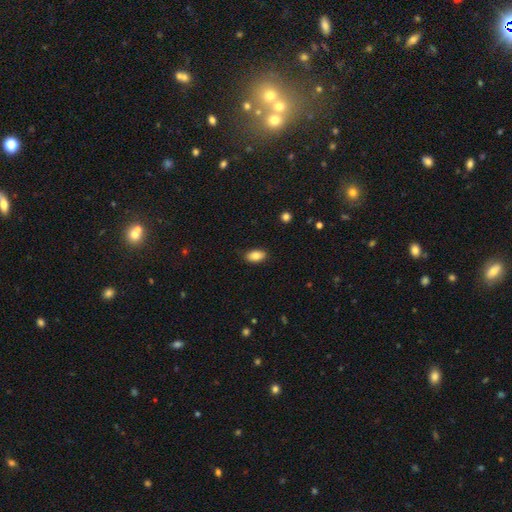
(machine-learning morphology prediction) smooth 86%, star or artifact 8%, featured or disk 7%. Down the decision tree: how rounded — in between (92%); merging — none (86%).